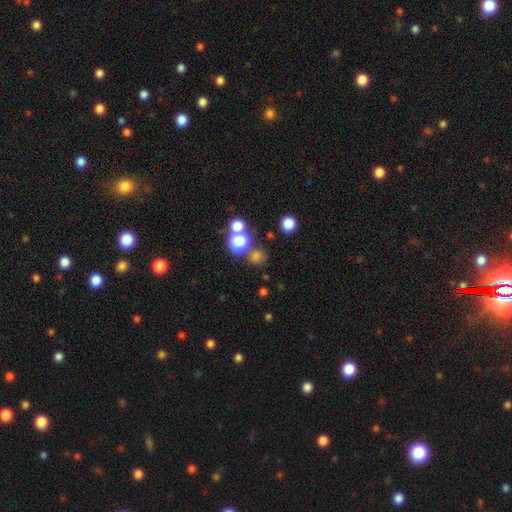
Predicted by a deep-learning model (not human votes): Morphology: type=smooth (66%); roundness=round (85%); merging=none (70%).